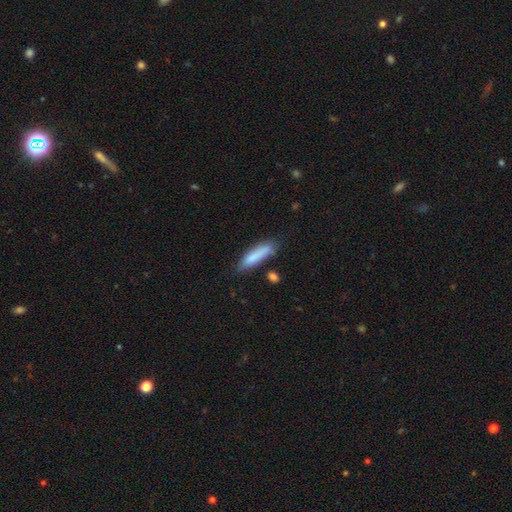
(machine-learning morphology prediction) smooth_or_featured: smooth (p=0.83) [alt: featured or disk p=0.10]
how_rounded: cigar-shaped (p=0.77) [alt: in between p=0.21]
merging: none (p=0.73) [alt: minor disturbance p=0.18]